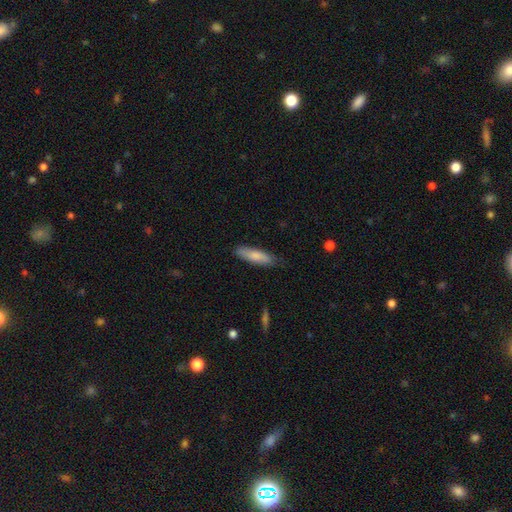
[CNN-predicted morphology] smooth 79%, featured or disk 15%, star or artifact 6%. Down the decision tree: how rounded — cigar-shaped (60%); merging — none (79%).